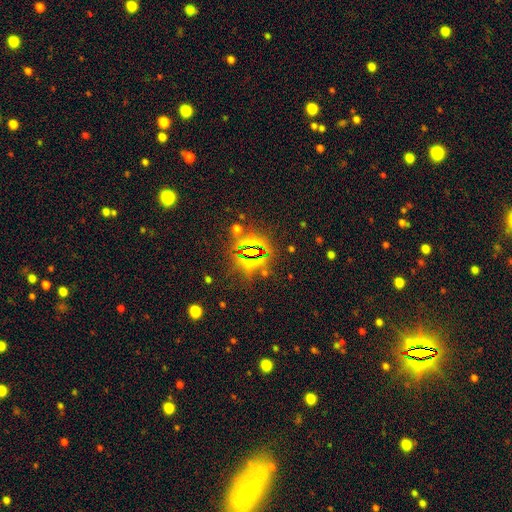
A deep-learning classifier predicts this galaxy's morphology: Smooth or featured?
  - star or artifact: 76% *
  - smooth: 15%
  - featured or disk: 9%